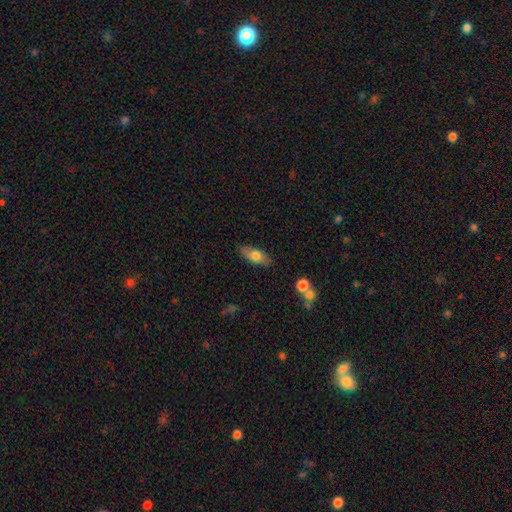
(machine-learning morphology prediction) The model was most divided on "smooth or featured": smooth: 72%, featured or disk: 21%, star or artifact: 7%. More confident: merging — none (84%); how rounded — in between (80%).